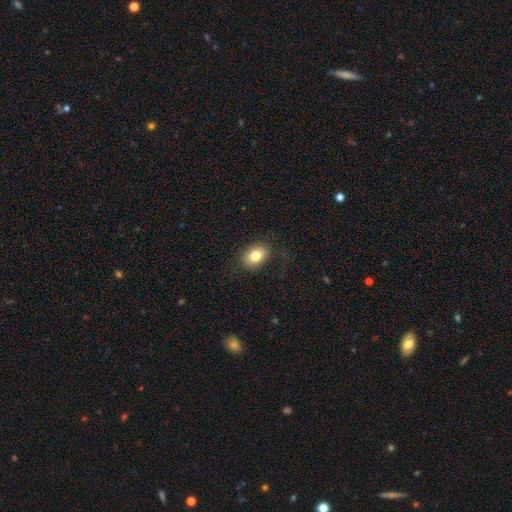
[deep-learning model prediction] Smooth or featured? smooth (81%)
How rounded? in between (77%)
Merging? none (78%)